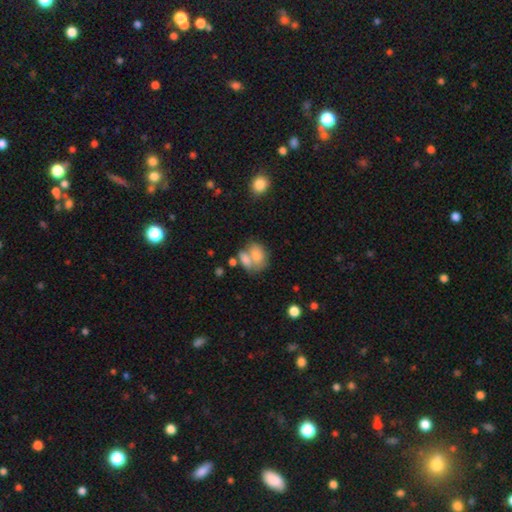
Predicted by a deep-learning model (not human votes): A smooth galaxy with no disk features (75%) that is in between round and cigar-shaped (70%). Merging: merger (55%).